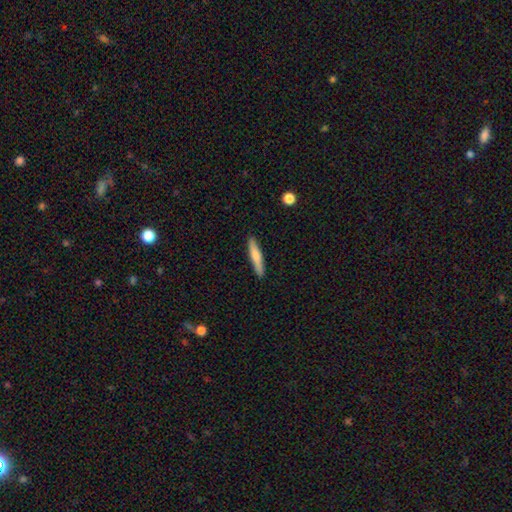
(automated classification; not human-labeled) This is likely a smooth galaxy (68%). How rounded: clearly cigar-shaped (90%). Merging: clearly none (90%).